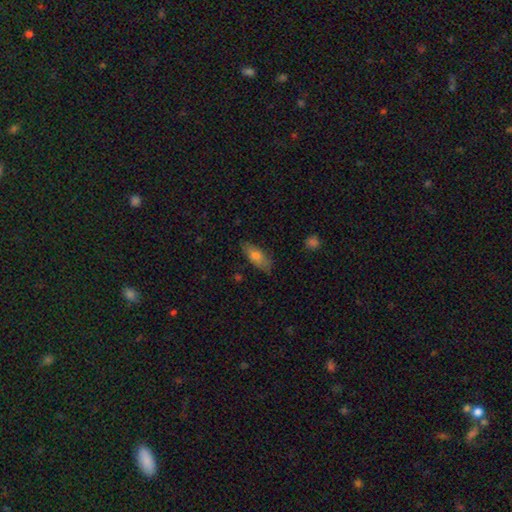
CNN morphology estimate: smooth 75%, featured or disk 18%, star or artifact 7%. Down the decision tree: how rounded — in between (77%); merging — none (79%).